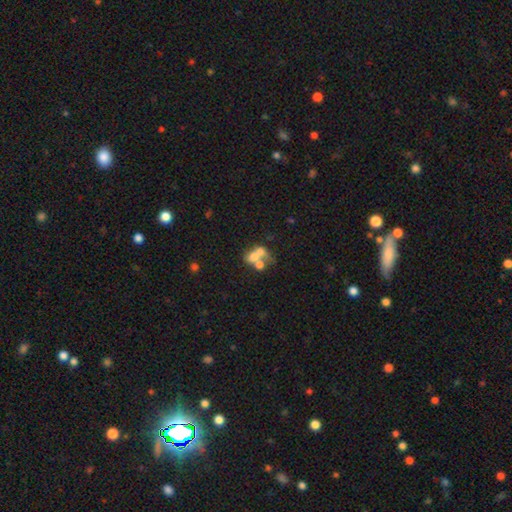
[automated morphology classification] A smooth galaxy with no disk features (49%). Merging: merger (63%).